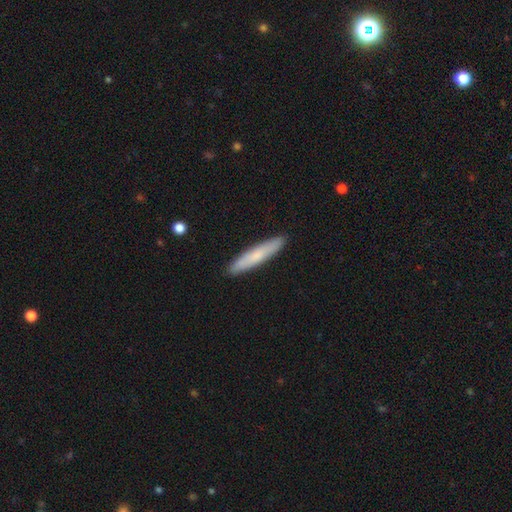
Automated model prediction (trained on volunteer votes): A smooth galaxy with no disk features (71%) that is cigar-shaped (91%). Merging: none (91%).